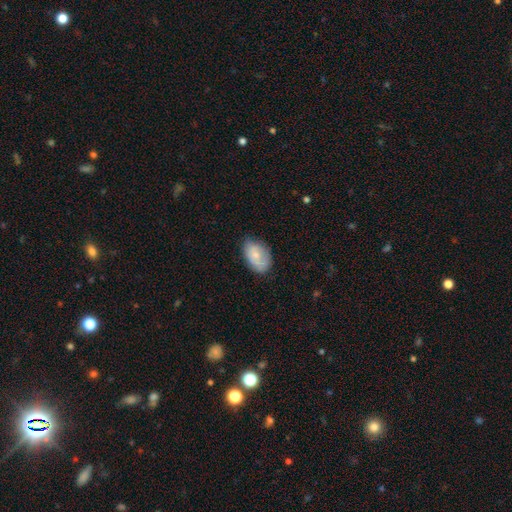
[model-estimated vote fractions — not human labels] This appears to be a smooth galaxy with no disk features (74%) that is in between round and cigar-shaped (89%). Merging: none (64%).